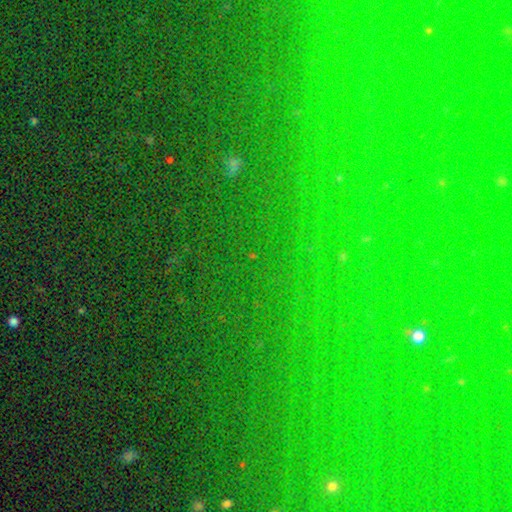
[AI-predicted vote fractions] Smooth or featured? star or artifact (82%)